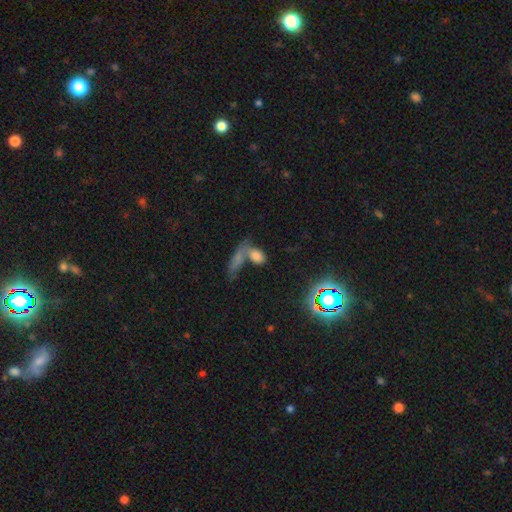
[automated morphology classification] Smooth or featured? smooth (72%)
How rounded? in between (79%)
Merging? merger (53%)